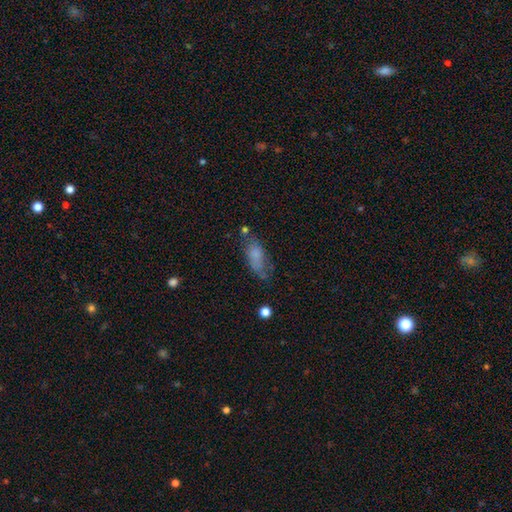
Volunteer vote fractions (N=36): This appears to be a smooth galaxy with no disk features (61%) that is in between round and cigar-shaped (59%). Merging: none (43%).